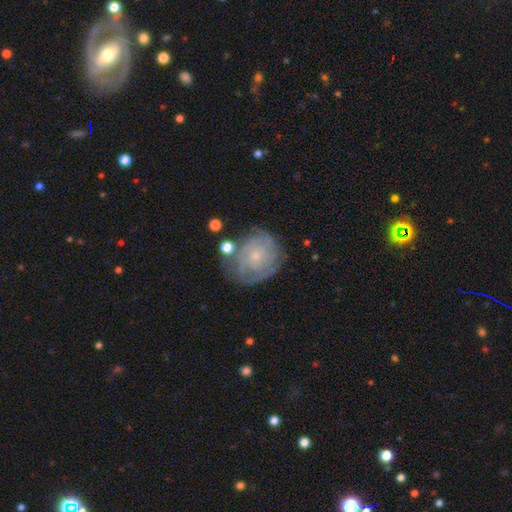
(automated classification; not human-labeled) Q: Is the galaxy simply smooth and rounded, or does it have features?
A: featured or disk — 70%.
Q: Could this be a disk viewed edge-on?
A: no — 97%.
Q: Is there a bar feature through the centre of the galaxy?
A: no — 83%.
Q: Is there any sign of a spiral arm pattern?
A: yes — 83%.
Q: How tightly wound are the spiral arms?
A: tight — 73%.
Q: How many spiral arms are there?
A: can't tell — 54%.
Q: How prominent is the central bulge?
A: small — 79%.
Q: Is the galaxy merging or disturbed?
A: none — 64%.